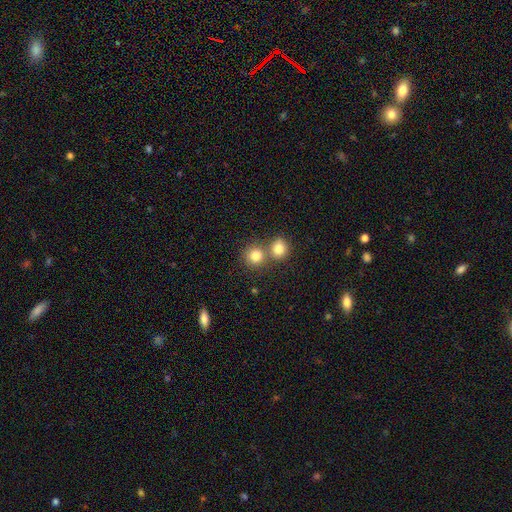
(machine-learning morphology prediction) smooth_or_featured: smooth (p=0.81) [alt: star or artifact p=0.11]
how_rounded: round (p=0.86) [alt: in between p=0.13]
merging: none (p=0.54) [alt: merger p=0.37]